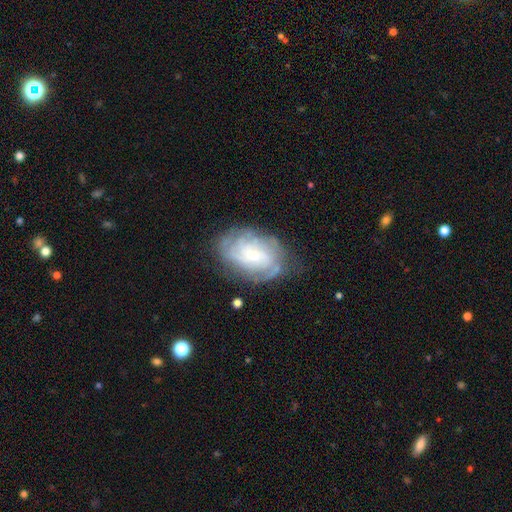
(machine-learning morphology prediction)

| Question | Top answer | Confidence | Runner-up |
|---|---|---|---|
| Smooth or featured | featured or disk | 76% | smooth (16%) |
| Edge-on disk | no | 96% | yes (4%) |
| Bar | no | 58% | weak (35%) |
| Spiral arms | yes | 91% | no (9%) |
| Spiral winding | tight | 64% | medium (28%) |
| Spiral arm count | can't tell | 46% | 2 (16%) |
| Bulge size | small | 60% | moderate (33%) |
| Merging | none | 71% | minor disturbance (19%) |